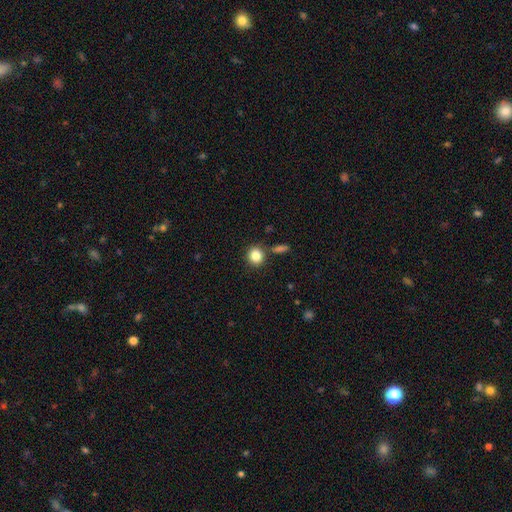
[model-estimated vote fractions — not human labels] Smooth or featured: smooth — 85% (star or artifact — 10%)
How rounded: round — 83% (in between — 16%)
Merging: none — 80% (minor disturbance — 9%)